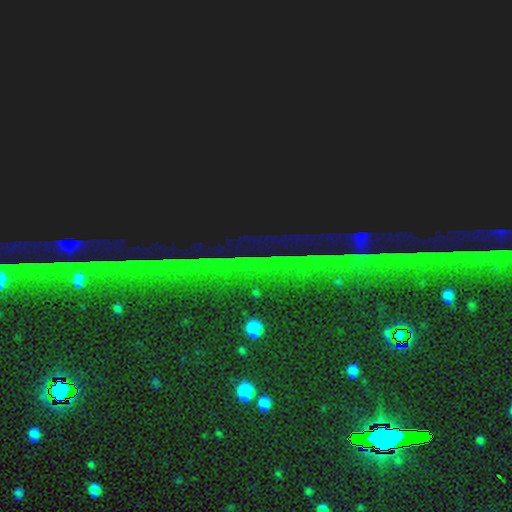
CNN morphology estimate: A star or artifact, not a galaxy (83%).

Vote fractions:
- Smooth or featured? star or artifact: 83% / smooth: 10% / featured or disk: 7%